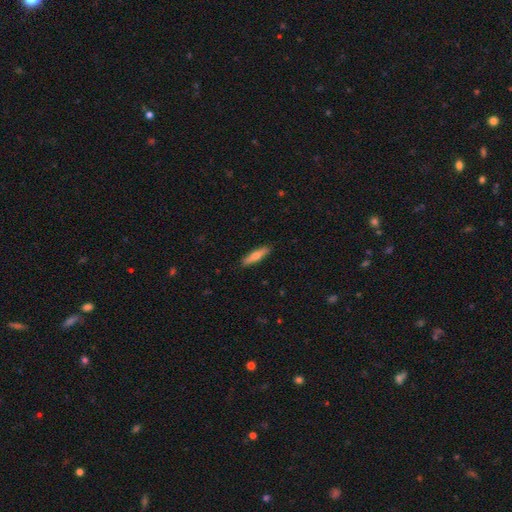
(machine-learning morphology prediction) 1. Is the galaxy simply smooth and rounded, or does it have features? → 58% smooth, 36% featured or disk, 6% star or artifact.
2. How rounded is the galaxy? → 76% cigar-shaped, 22% in between, 2% round.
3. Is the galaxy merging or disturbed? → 89% none, 8% minor disturbance, 2% major disturbance, 1% merger.